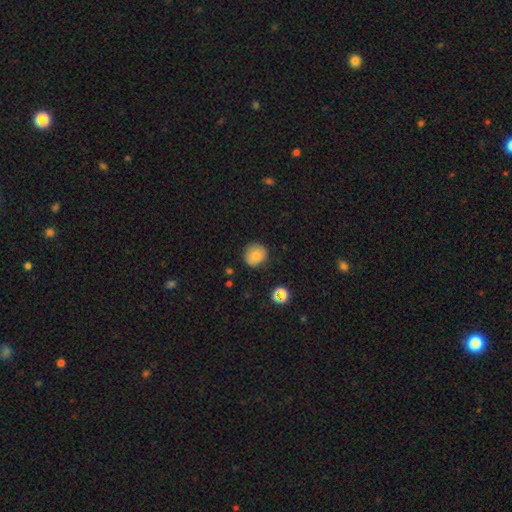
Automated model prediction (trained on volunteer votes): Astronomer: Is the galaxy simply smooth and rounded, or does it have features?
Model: smooth — 77%.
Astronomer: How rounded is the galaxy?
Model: round — 83%.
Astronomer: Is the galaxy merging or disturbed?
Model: none — 82%.